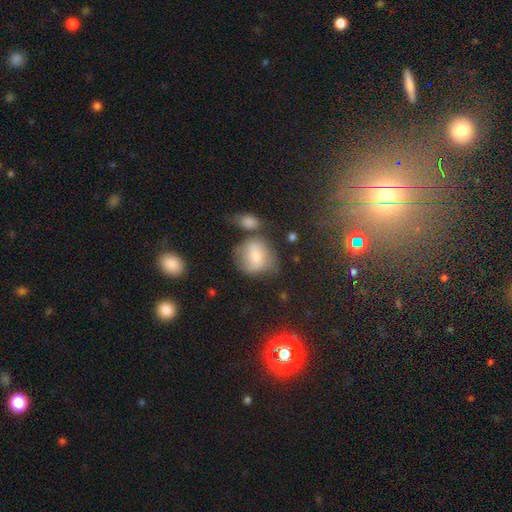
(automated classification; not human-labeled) Smooth or featured? smooth (66%)
How rounded? round (70%)
Merging? none (43%)